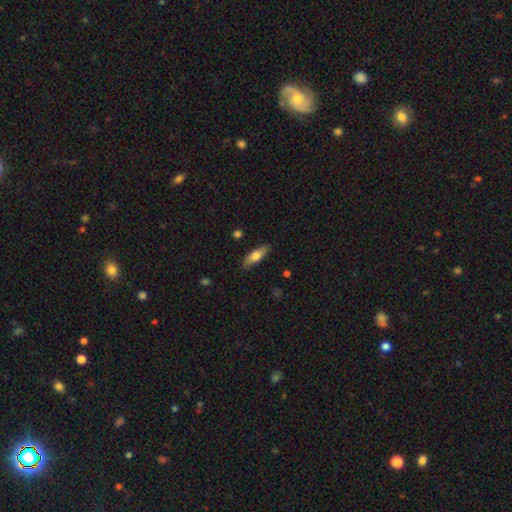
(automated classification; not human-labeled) Q: Smooth or featured?
A: smooth (66%); runner-up: featured or disk (28%)
Q: How rounded?
A: in between (56%); runner-up: cigar-shaped (41%)
Q: Merging?
A: none (84%); runner-up: minor disturbance (12%)